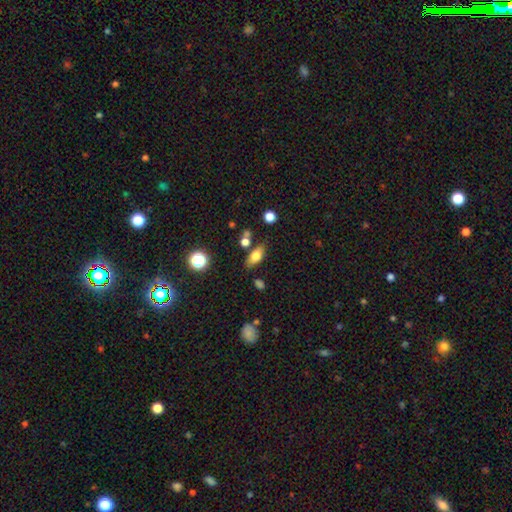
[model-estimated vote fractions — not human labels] This appears to be a smooth galaxy with no disk features (72%) that is in between round and cigar-shaped (79%). Merging: none (75%).